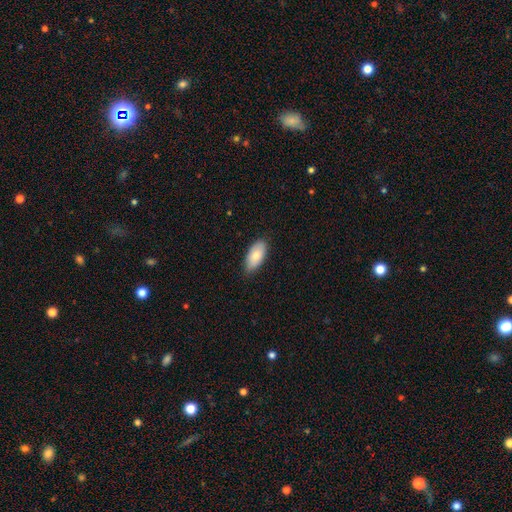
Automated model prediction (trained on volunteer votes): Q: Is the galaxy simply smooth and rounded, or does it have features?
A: smooth — 81%.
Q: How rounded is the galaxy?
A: in between — 93%.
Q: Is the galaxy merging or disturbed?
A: none — 82%.